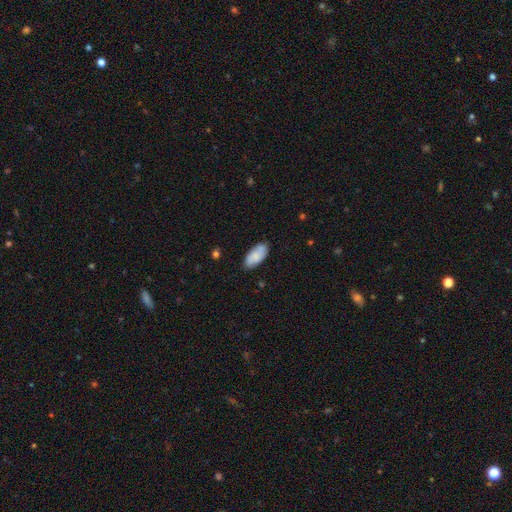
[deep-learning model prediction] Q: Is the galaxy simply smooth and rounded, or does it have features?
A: smooth — 79%.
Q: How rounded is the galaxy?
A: in between — 91%.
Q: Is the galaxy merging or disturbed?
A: none — 81%.